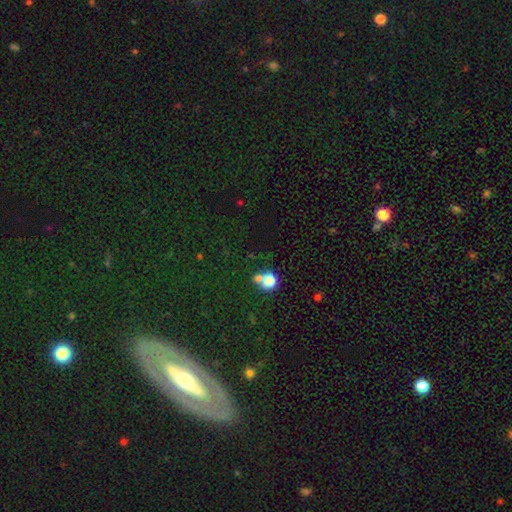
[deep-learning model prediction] This is possibly a featured or disk galaxy (52%). It is likely not viewed edge-on (74%). Merging: clearly none (82%).